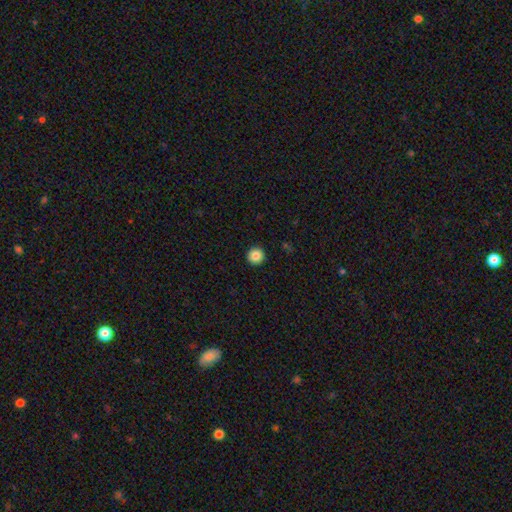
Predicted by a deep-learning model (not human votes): smooth_or_featured: smooth (p=0.86) [alt: star or artifact p=0.10]
how_rounded: round (p=0.96) [alt: in between p=0.03]
merging: none (p=0.93) [alt: minor disturbance p=0.04]